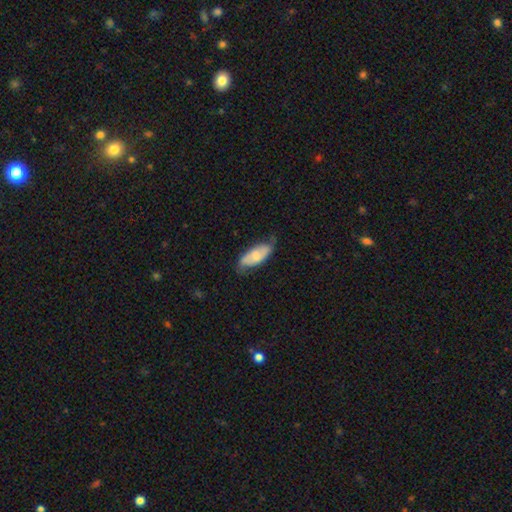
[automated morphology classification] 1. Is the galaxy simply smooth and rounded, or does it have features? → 57% smooth, 37% featured or disk, 6% star or artifact.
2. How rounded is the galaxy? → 84% in between, 14% cigar-shaped, 2% round.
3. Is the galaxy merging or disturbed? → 59% none, 31% minor disturbance, 8% major disturbance, 2% merger.